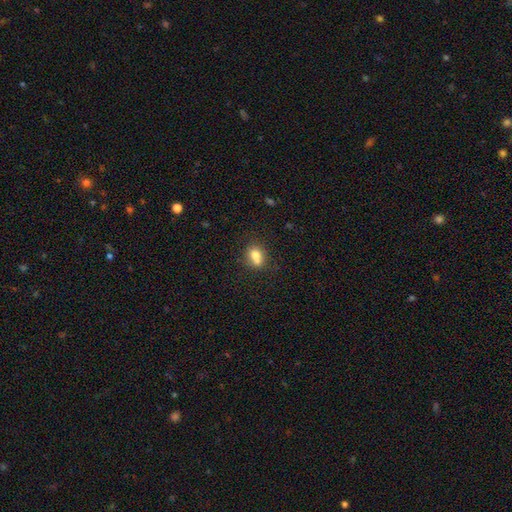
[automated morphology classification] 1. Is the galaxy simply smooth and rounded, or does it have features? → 74% smooth, 15% featured or disk, 10% star or artifact.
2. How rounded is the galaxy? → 50% in between, 48% round, 2% cigar-shaped.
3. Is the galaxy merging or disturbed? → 49% none, 30% merger, 16% minor disturbance, 5% major disturbance.